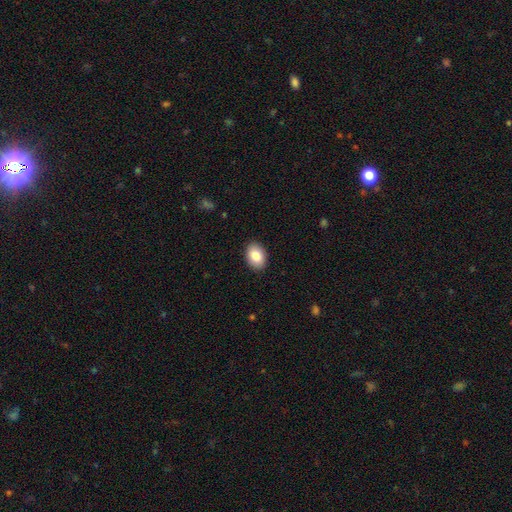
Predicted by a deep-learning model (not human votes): smooth_or_featured: smooth (p=0.86) [alt: star or artifact p=0.07]
how_rounded: in between (p=0.83) [alt: round p=0.15]
merging: none (p=0.90) [alt: minor disturbance p=0.07]